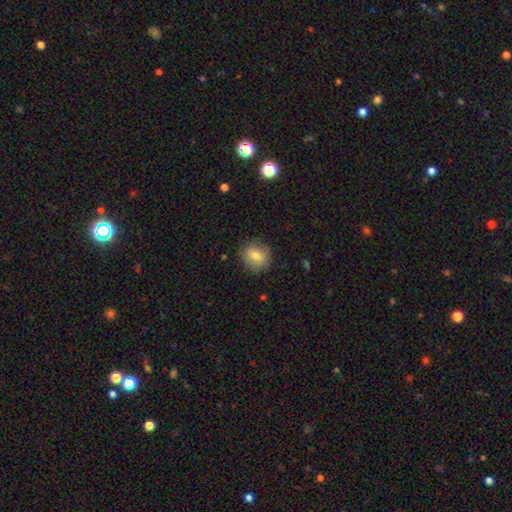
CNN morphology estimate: This appears to be a smooth galaxy with no disk features (73%) that is round (82%). Merging: none (84%).